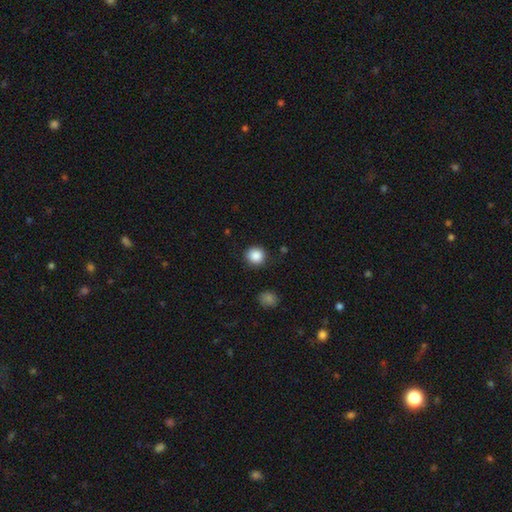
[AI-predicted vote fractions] Smooth or featured?
  - smooth: 87% *
  - star or artifact: 9%
  - featured or disk: 3%
How rounded?
  - round: 91% *
  - in between: 8%
  - cigar-shaped: 1%
Merging?
  - none: 87% *
  - minor disturbance: 8%
  - major disturbance: 3%
  - merger: 2%